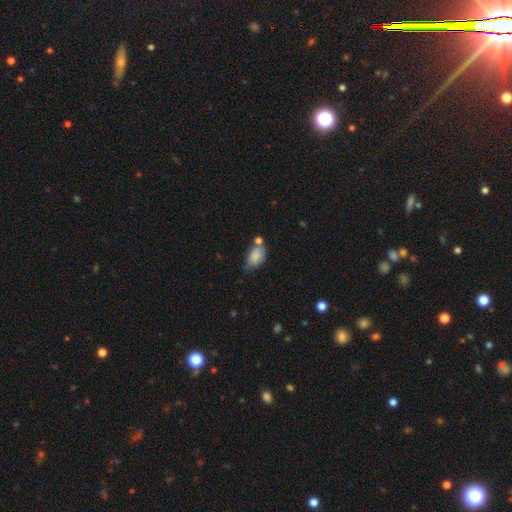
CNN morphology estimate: type=smooth (80%); roundness=in between (88%); merging=none (41%).